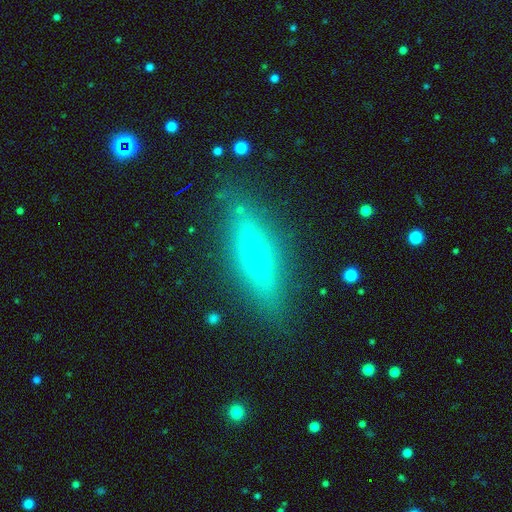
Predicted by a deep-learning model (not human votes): This is possibly a featured or disk galaxy (58%). It is clearly viewed edge-on (85%). Merging: clearly none (84%).